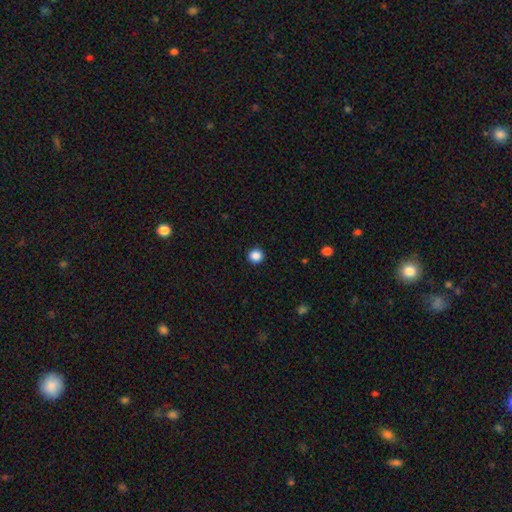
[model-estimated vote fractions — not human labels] A smooth galaxy with no disk features (87%) that is round (94%). Merging: none (93%).